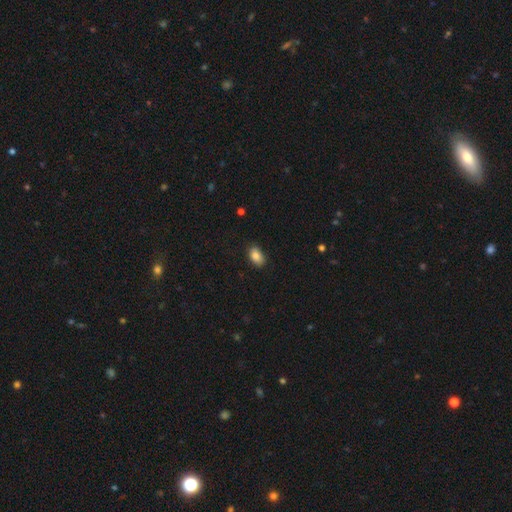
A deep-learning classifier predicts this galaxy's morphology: smooth_or_featured: smooth (p=0.87) [alt: star or artifact p=0.08]
how_rounded: in between (p=0.91) [alt: round p=0.08]
merging: none (p=0.84) [alt: minor disturbance p=0.12]